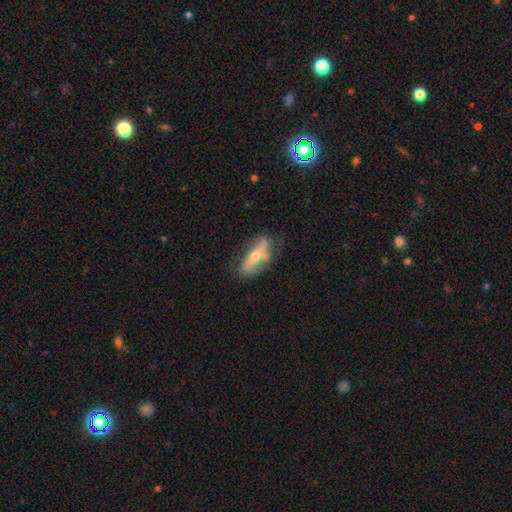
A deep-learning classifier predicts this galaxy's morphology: The model was most divided on "edge-on disk": yes: 56%, no: 44%. More confident: merging — none (67%); smooth or featured — featured or disk (55%).